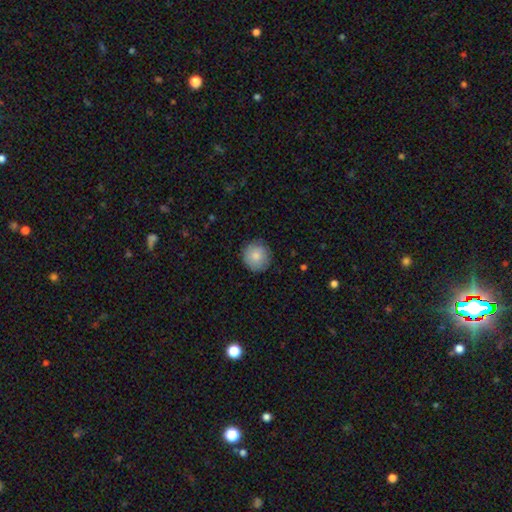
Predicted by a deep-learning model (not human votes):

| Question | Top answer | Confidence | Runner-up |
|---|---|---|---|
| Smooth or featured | smooth | 84% | featured or disk (8%) |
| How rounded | round | 94% | in between (5%) |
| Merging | none | 88% | minor disturbance (9%) |